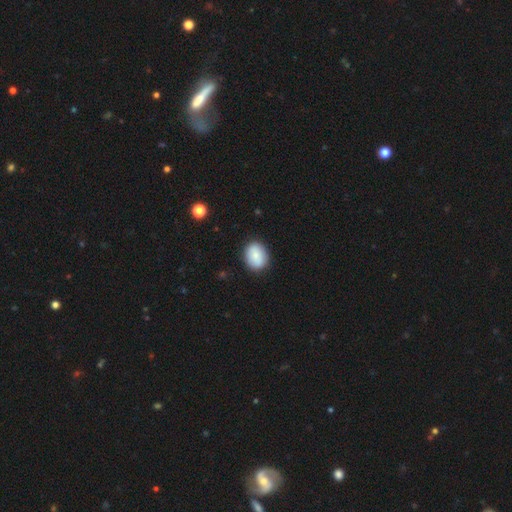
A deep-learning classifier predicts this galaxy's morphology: smooth-or-featured: smooth: 82% | featured or disk: 11% | star or artifact: 7%
  how-rounded: in between: 53% | round: 46% | cigar-shaped: 1%
  merging: none: 87% | minor disturbance: 10% | major disturbance: 2% | merger: 1%